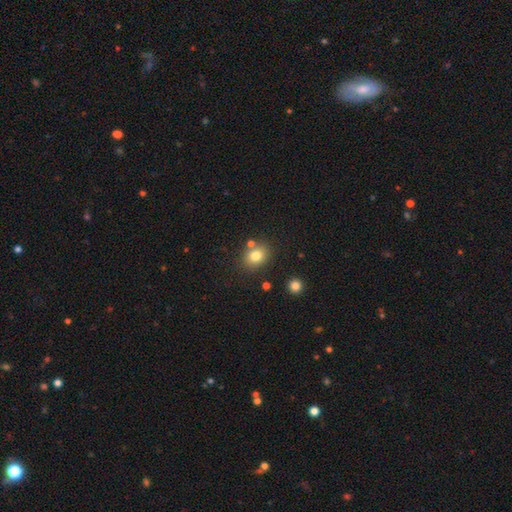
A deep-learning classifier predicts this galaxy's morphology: A smooth galaxy with no disk features (79%) that is round (57%).

Vote fractions:
- Smooth or featured? smooth: 79% / star or artifact: 12% / featured or disk: 9%
- How rounded? round: 57% / in between: 43% / cigar-shaped: 1%
- Merging? none: 76% / minor disturbance: 11% / merger: 10% / major disturbance: 3%